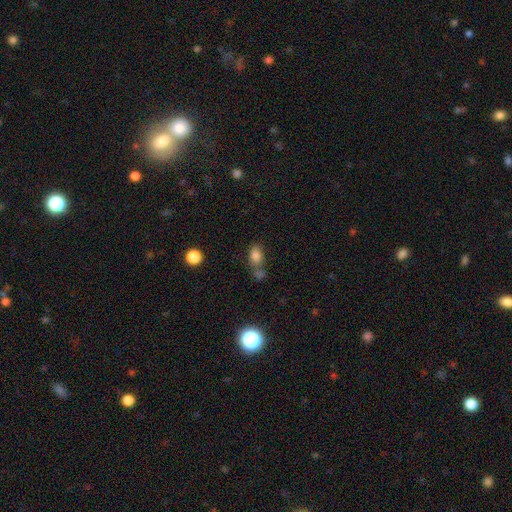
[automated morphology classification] Smooth or featured? Predicted: smooth (p=0.81). How rounded? Predicted: in between (p=0.81). Merging? Predicted: none (p=0.46).